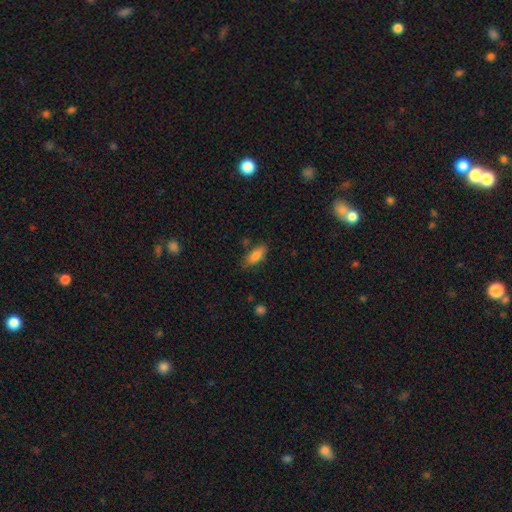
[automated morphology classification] smooth_or_featured: smooth (p=0.81) [alt: featured or disk p=0.12]
how_rounded: in between (p=0.76) [alt: cigar-shaped p=0.22]
merging: none (p=0.74) [alt: minor disturbance p=0.18]